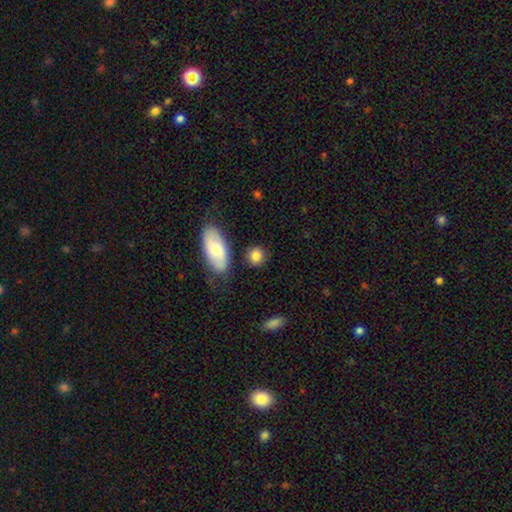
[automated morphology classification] Smooth or featured: smooth — 85% (star or artifact — 8%)
How rounded: round — 71% (in between — 26%)
Merging: none — 80% (minor disturbance — 11%)